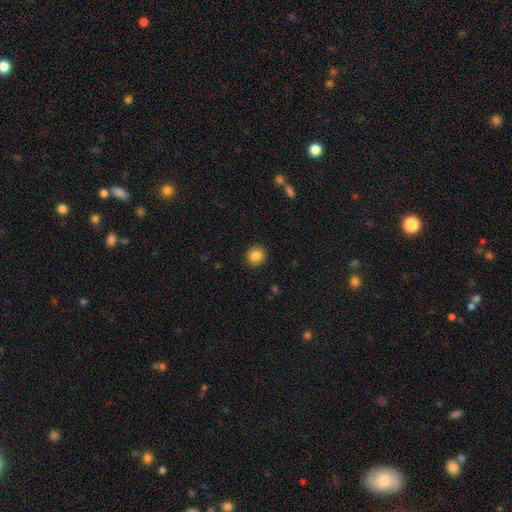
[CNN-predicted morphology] A smooth galaxy with no disk features (86%) that is round (87%).

Vote fractions:
- Smooth or featured? smooth: 86% / star or artifact: 9% / featured or disk: 5%
- How rounded? round: 87% / in between: 13% / cigar-shaped: 1%
- Merging? none: 91% / minor disturbance: 6% / major disturbance: 2% / merger: 1%